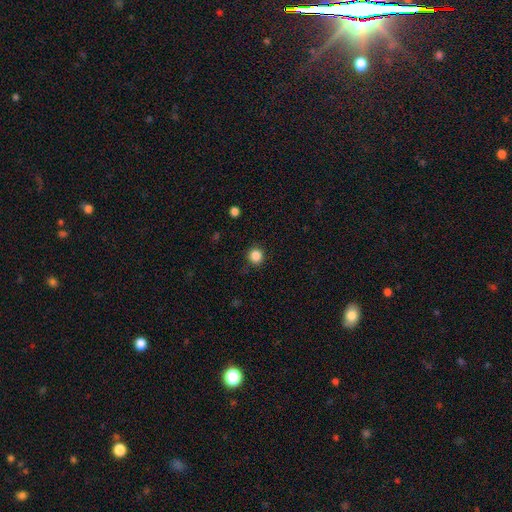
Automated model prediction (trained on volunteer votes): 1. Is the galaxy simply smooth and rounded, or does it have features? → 86% smooth, 11% star or artifact, 3% featured or disk.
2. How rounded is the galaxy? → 93% round, 6% in between, 1% cigar-shaped.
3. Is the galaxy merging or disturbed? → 89% none, 8% minor disturbance, 2% major disturbance, 1% merger.